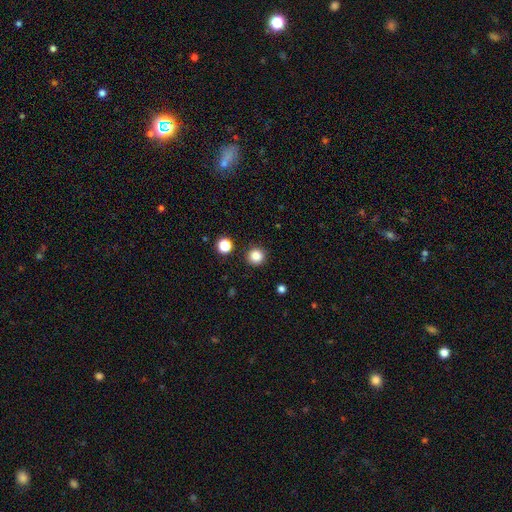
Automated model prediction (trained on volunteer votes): This is clearly a smooth galaxy (85%). How rounded: clearly round (95%). Merging: clearly none (91%).